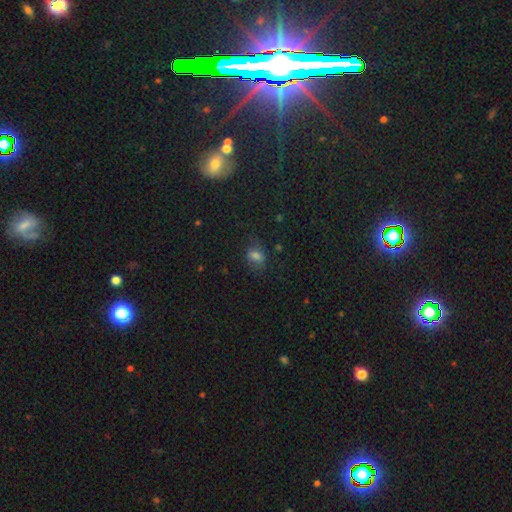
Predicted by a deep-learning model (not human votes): Smooth or featured? Predicted: smooth (p=0.64). How rounded? Predicted: in between (p=0.66). Merging? Predicted: none (p=0.65).